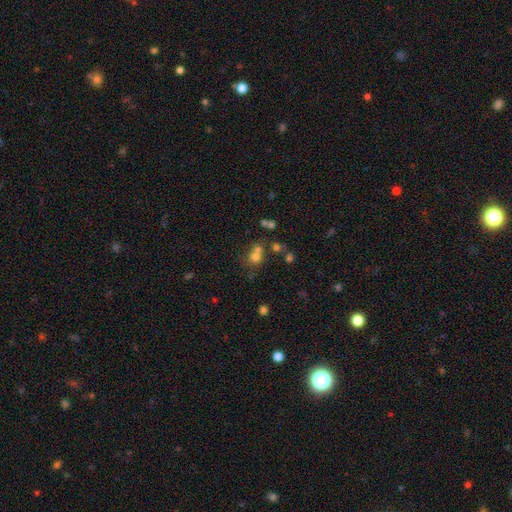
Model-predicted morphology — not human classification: This is likely a smooth galaxy (65%). How rounded: likely round (80%). Merging: possibly merger (45%).